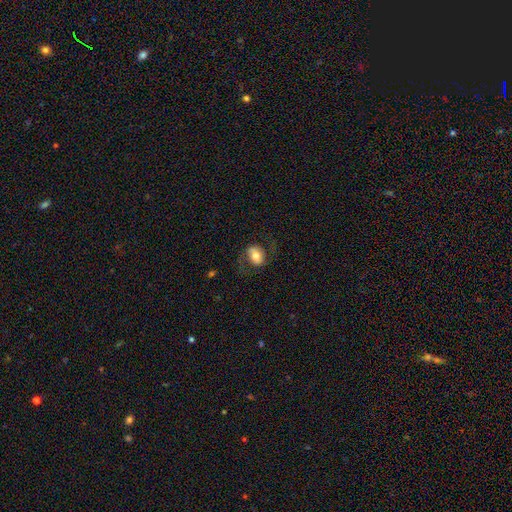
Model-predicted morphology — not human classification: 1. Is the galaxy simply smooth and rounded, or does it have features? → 46% smooth, 45% featured or disk, 8% star or artifact.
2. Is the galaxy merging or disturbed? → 69% none, 16% minor disturbance, 14% major disturbance, 1% merger.